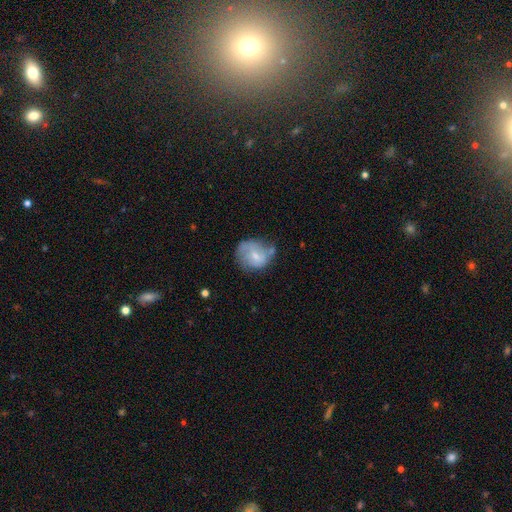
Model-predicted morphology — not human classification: A smooth galaxy with no disk features (55%) that is round (69%). Merging: none (50%).